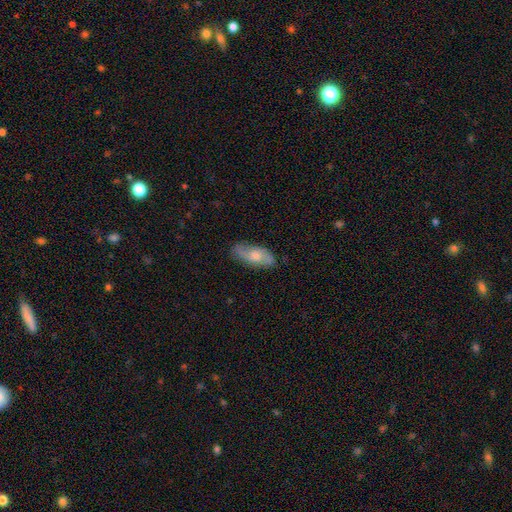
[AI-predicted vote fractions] This appears to be a smooth galaxy with no disk features (50%). Merging: none (76%).